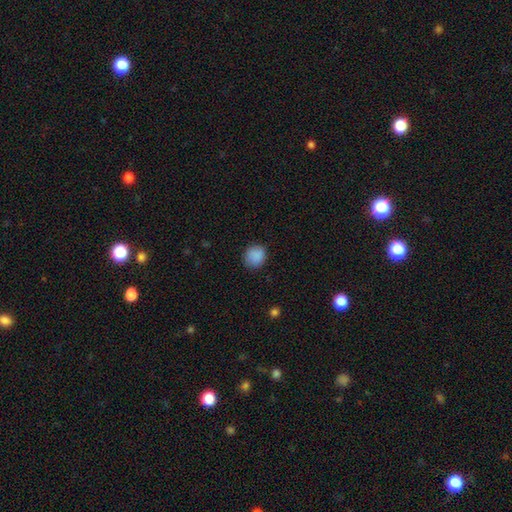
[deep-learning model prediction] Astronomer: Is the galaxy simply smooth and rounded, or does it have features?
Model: smooth — 88%.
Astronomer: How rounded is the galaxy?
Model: round — 80%.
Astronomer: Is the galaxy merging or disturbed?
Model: none — 84%.